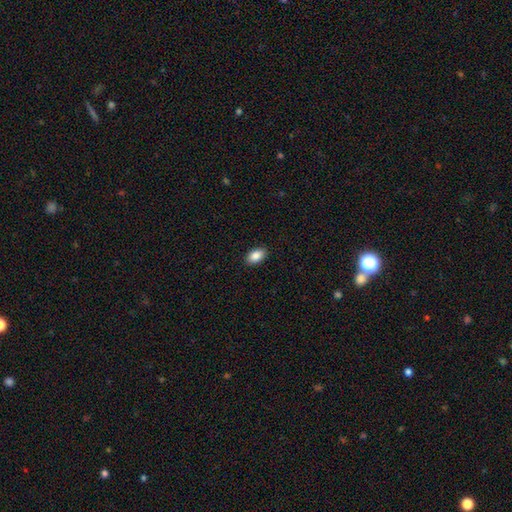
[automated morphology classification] Smooth or featured? smooth (88%)
How rounded? in between (92%)
Merging? none (90%)